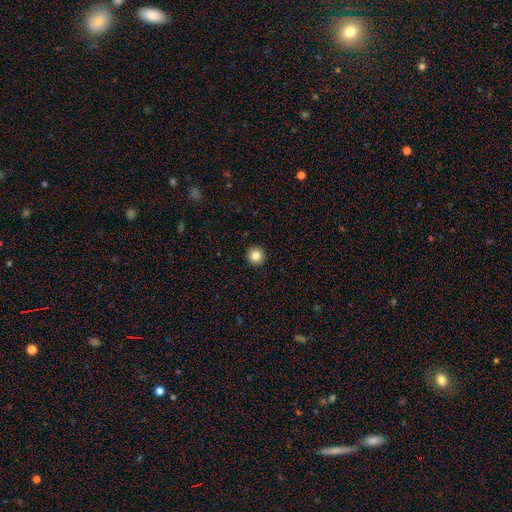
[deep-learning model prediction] smooth-or-featured: smooth: 83% | star or artifact: 10% | featured or disk: 7%
  how-rounded: round: 95% | in between: 4% | cigar-shaped: 1%
  merging: none: 93% | minor disturbance: 4% | major disturbance: 1% | merger: 1%